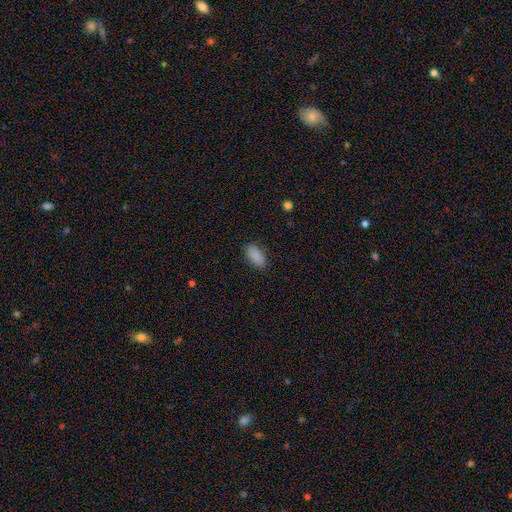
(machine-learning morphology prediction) A smooth galaxy with no disk features (89%) that is in between round and cigar-shaped (92%). Merging: none (86%).